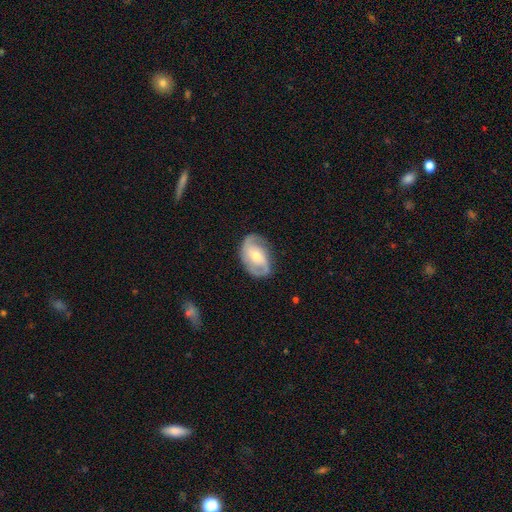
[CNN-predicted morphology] featured or disk 78%, smooth 17%, star or artifact 5%. Down the decision tree: edge-on disk — no (96%); bar — no (51%); spiral arms — yes (91%); spiral arm count — 2 (84%); spiral winding — medium (46%); bulge size — moderate (54%); merging — none (76%).